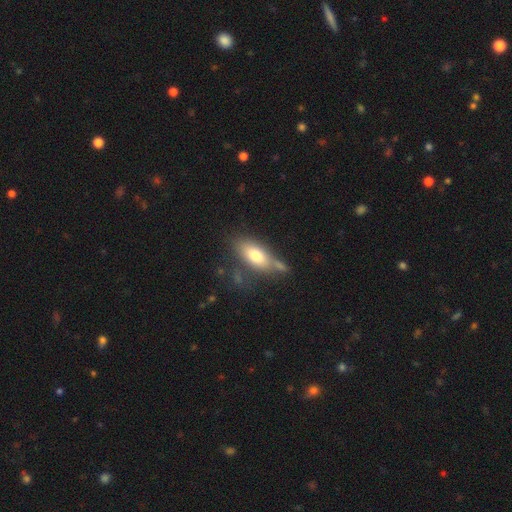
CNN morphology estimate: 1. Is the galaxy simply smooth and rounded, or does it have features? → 73% smooth, 20% featured or disk, 7% star or artifact.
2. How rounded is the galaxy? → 83% in between, 13% cigar-shaped, 4% round.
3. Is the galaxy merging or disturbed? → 54% none, 22% minor disturbance, 16% merger, 9% major disturbance.